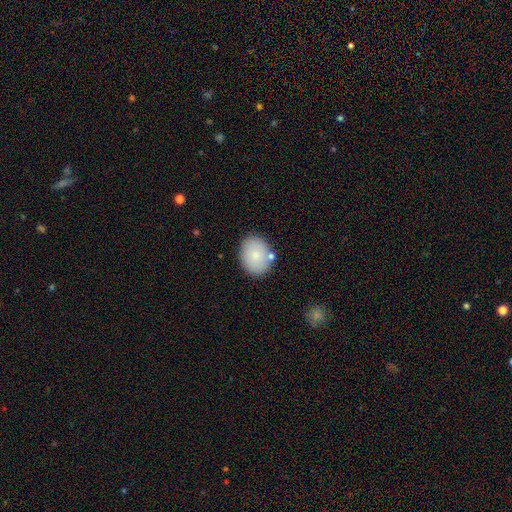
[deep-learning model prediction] Q: Smooth or featured?
A: smooth (81%); runner-up: featured or disk (12%)
Q: How rounded?
A: in between (58%); runner-up: round (41%)
Q: Merging?
A: none (78%); runner-up: minor disturbance (12%)